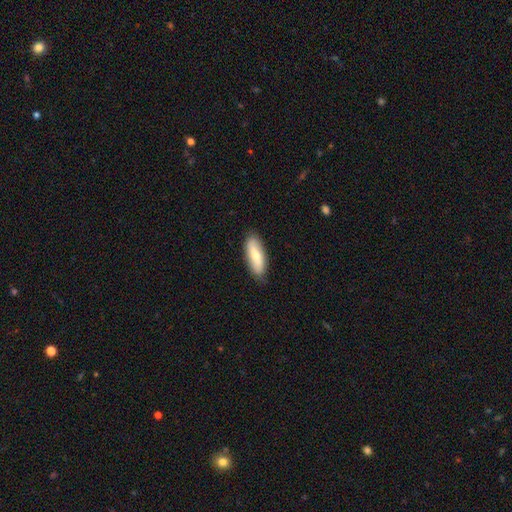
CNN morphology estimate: smooth-or-featured: smooth: 59% | featured or disk: 36% | star or artifact: 5%
  how-rounded: in between: 66% | cigar-shaped: 31% | round: 3%
  merging: none: 85% | minor disturbance: 12% | major disturbance: 2% | merger: 1%